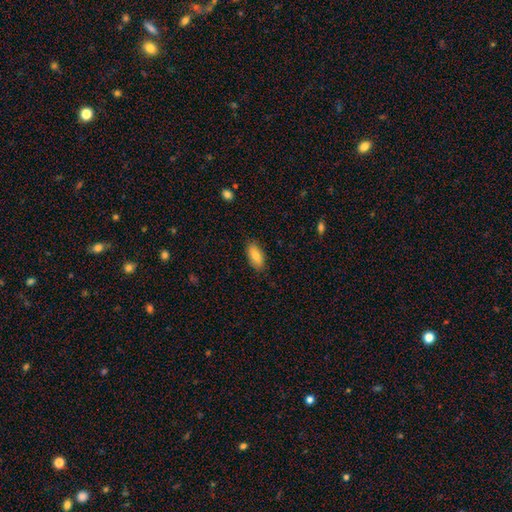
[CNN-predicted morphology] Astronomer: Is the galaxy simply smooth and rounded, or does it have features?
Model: smooth — 82%.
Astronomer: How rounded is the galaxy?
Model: in between — 87%.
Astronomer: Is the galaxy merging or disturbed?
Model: none — 85%.